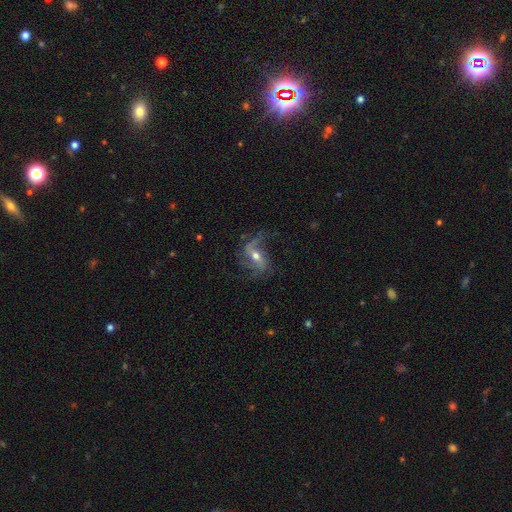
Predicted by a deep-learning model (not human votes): Smooth or featured: featured or disk — 80% (smooth — 12%)
Edge-on disk: no — 93% (yes — 7%)
Bar: weak — 38% (strong — 35%)
Spiral arms: yes — 91% (no — 9%)
Spiral winding: loose — 66% (medium — 26%)
Spiral arm count: 2 — 66% (can't tell — 10%)
Bulge size: moderate — 63% (small — 31%)
Merging: none — 56% (minor disturbance — 22%)